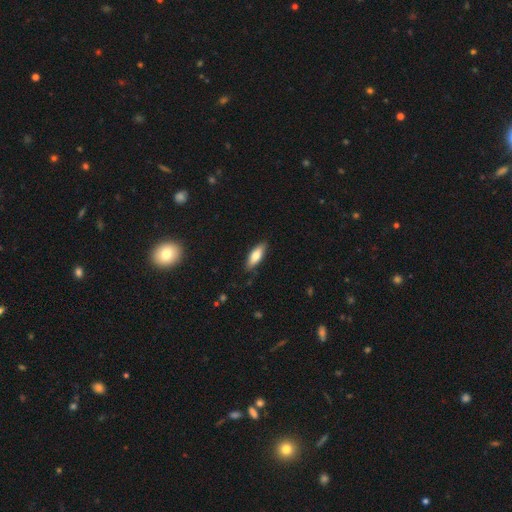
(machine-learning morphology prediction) Smooth or featured? Predicted: smooth (p=0.74). How rounded? Predicted: in between (p=0.63). Merging? Predicted: none (p=0.84).